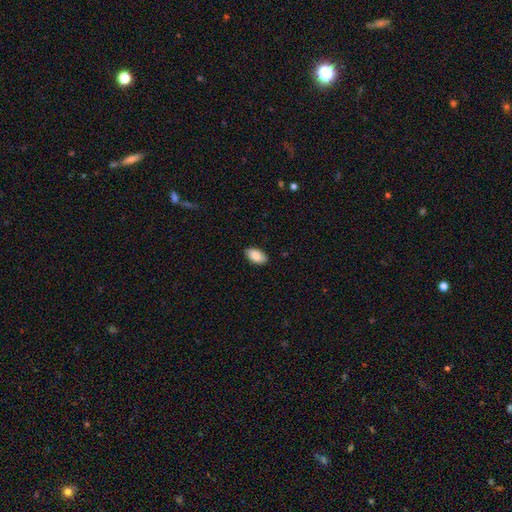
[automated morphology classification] smooth 87%, star or artifact 6%, featured or disk 6%. Down the decision tree: how rounded — in between (95%); merging — none (88%).